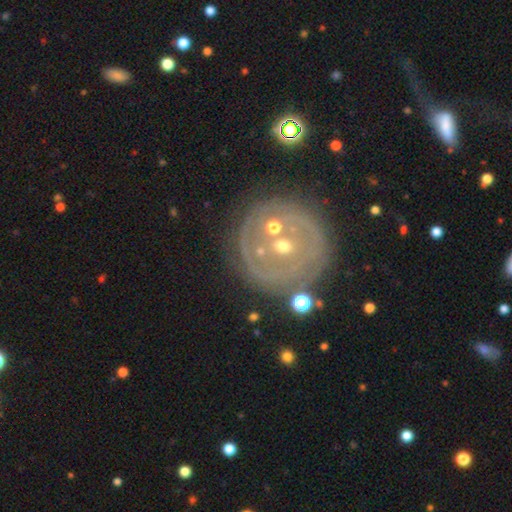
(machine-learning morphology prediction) The model was most divided on "spiral arms": yes: 60%, no: 40%. More confident: edge-on disk — no (96%); merging — none (76%); bar — no (72%); smooth or featured — featured or disk (69%); bulge size — small (62%).